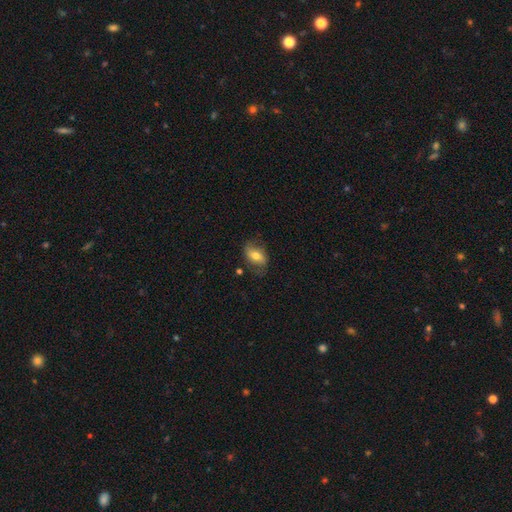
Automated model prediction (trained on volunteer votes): Smooth or featured? smooth (56%)
How rounded? in between (84%)
Merging? none (67%)